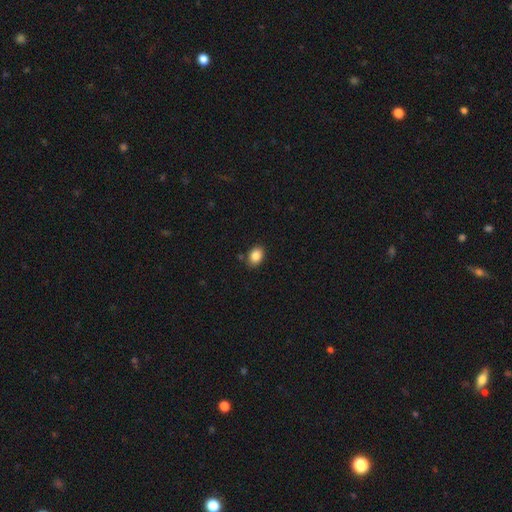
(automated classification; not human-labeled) Overall: smooth (86%). How rounded: in between (76%). Merging: none (84%).